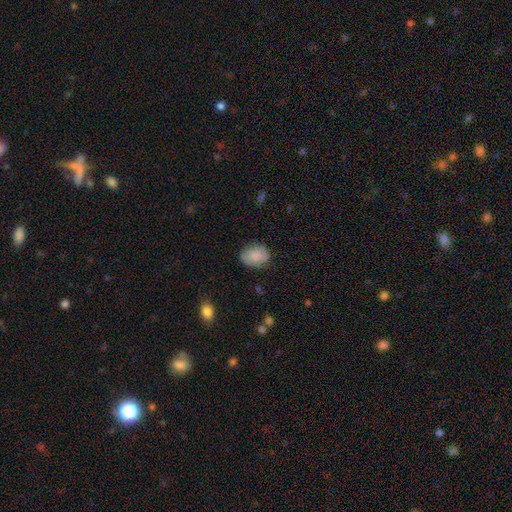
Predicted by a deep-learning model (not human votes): smooth-or-featured: smooth: 81% | featured or disk: 12% | star or artifact: 7%
  how-rounded: in between: 59% | round: 40% | cigar-shaped: 1%
  merging: none: 76% | minor disturbance: 18% | major disturbance: 5% | merger: 1%